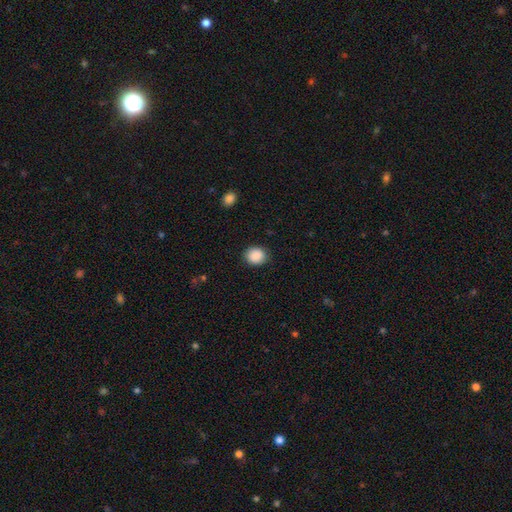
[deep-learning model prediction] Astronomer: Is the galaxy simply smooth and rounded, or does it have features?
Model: smooth — 89%.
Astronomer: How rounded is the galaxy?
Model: round — 71%.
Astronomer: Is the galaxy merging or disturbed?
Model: none — 86%.